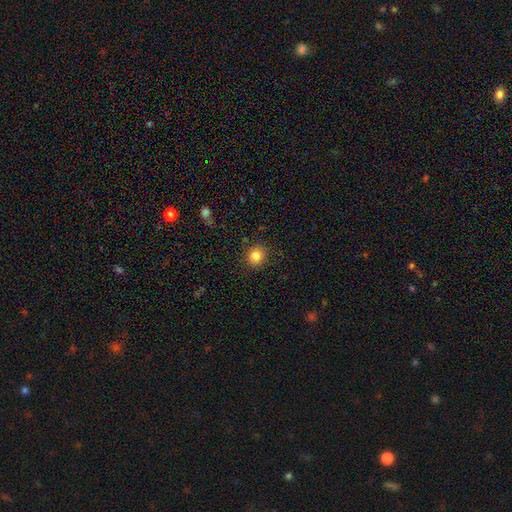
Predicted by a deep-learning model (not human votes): This is clearly a smooth galaxy (83%). How rounded: clearly round (87%). Merging: clearly none (89%).